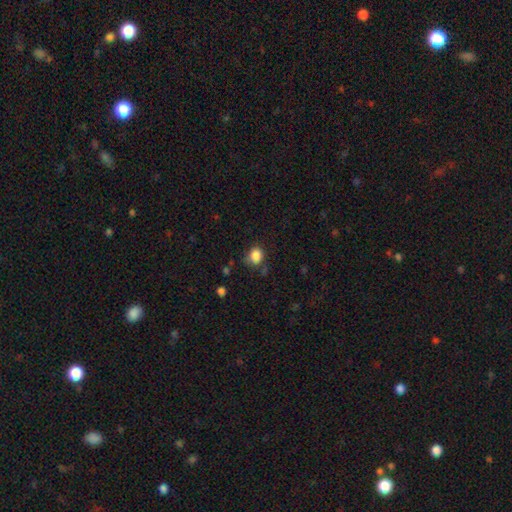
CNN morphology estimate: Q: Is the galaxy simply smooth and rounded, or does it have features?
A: smooth — 86%.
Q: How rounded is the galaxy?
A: round — 59%.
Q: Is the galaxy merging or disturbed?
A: none — 69%.